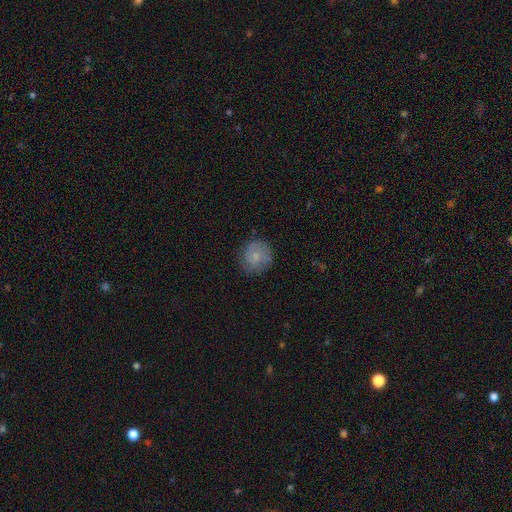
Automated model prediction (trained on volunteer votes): smooth-or-featured: smooth: 75% | featured or disk: 17% | star or artifact: 8%
  how-rounded: round: 87% | in between: 12% | cigar-shaped: 1%
  merging: none: 74% | minor disturbance: 19% | major disturbance: 5% | merger: 1%